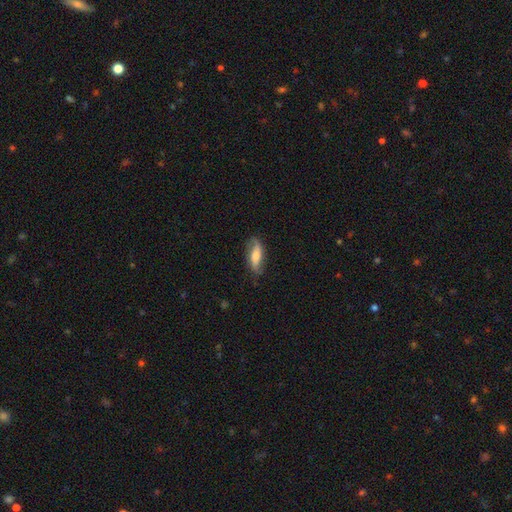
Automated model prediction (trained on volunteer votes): This is possibly a featured or disk galaxy (50%). It is likely not viewed edge-on (74%). Merging: likely none (74%).